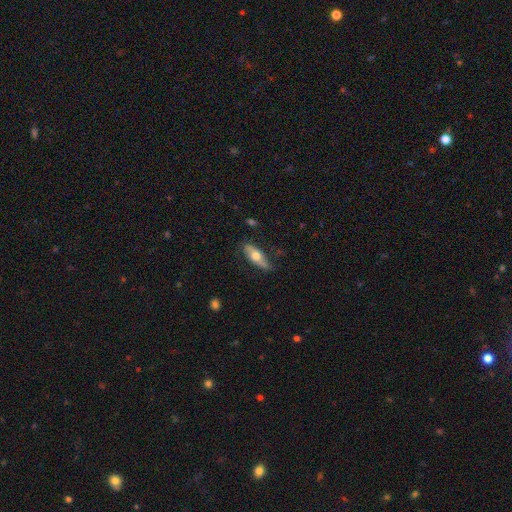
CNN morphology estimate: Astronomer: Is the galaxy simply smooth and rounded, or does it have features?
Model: smooth — 50% (runner-up: featured or disk, 44%).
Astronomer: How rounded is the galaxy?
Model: in between — 62%.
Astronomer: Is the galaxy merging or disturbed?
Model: none — 76%.